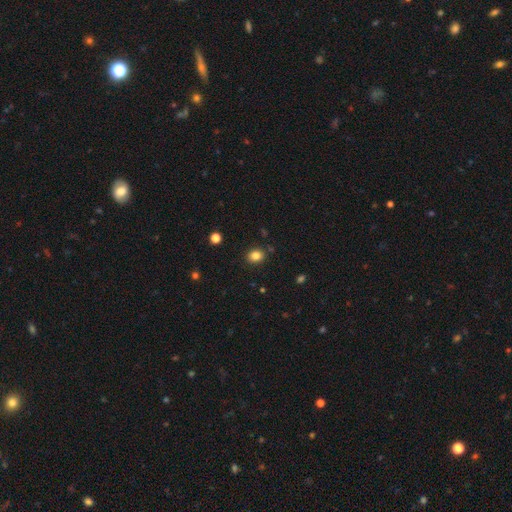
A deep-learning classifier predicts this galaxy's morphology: Smooth or featured: smooth — 84% (star or artifact — 12%)
How rounded: round — 59% (in between — 40%)
Merging: none — 87% (minor disturbance — 9%)